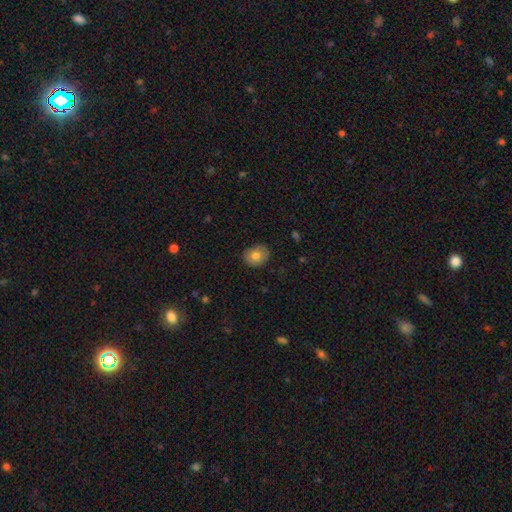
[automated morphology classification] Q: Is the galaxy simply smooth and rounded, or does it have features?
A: smooth — 77%.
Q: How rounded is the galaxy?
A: round — 52%.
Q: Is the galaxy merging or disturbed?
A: none — 85%.